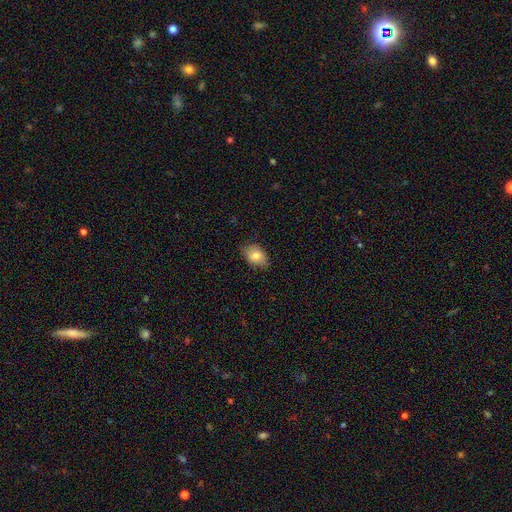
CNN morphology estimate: Smooth or featured?
  - smooth: 75% *
  - featured or disk: 17%
  - star or artifact: 8%
How rounded?
  - in between: 83% *
  - round: 16%
  - cigar-shaped: 1%
Merging?
  - none: 77% *
  - minor disturbance: 19%
  - major disturbance: 3%
  - merger: 1%